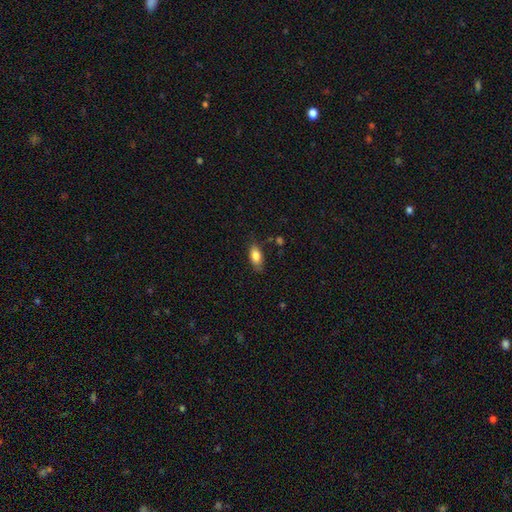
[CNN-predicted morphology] smooth_or_featured: smooth (p=0.82) [alt: featured or disk p=0.11]
how_rounded: in between (p=0.87) [alt: cigar-shaped p=0.09]
merging: none (p=0.78) [alt: minor disturbance p=0.17]